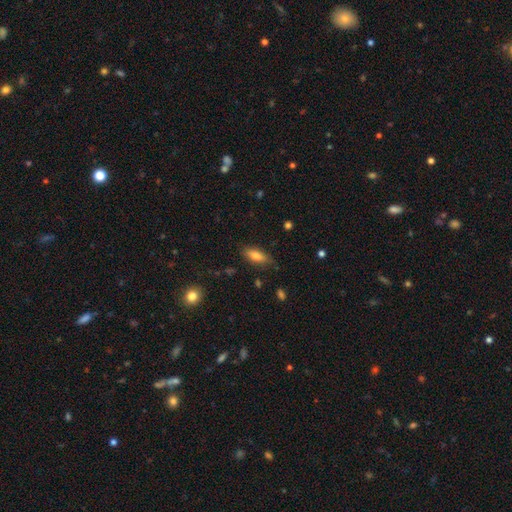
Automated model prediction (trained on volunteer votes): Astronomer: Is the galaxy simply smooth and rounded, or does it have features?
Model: smooth — 78%.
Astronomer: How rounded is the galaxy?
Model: in between — 74%.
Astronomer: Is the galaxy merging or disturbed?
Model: none — 78%.